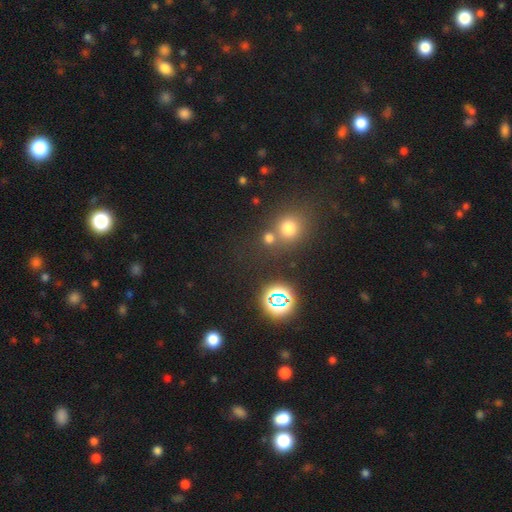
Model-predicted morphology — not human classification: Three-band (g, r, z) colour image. It shows a smooth galaxy with no disk features (47%). Merging: none (75%).